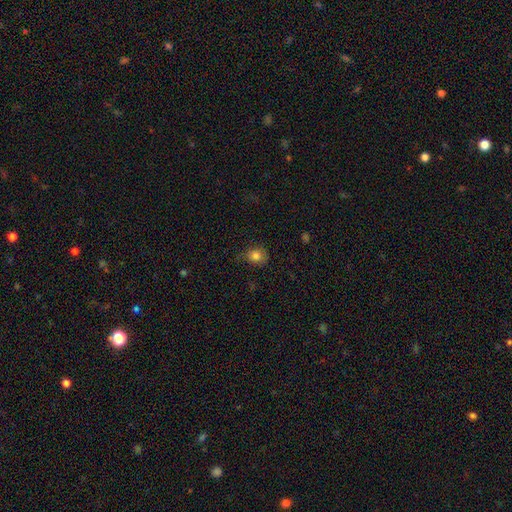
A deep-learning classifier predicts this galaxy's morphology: Smooth or featured? smooth (82%)
How rounded? round (68%)
Merging? none (66%)